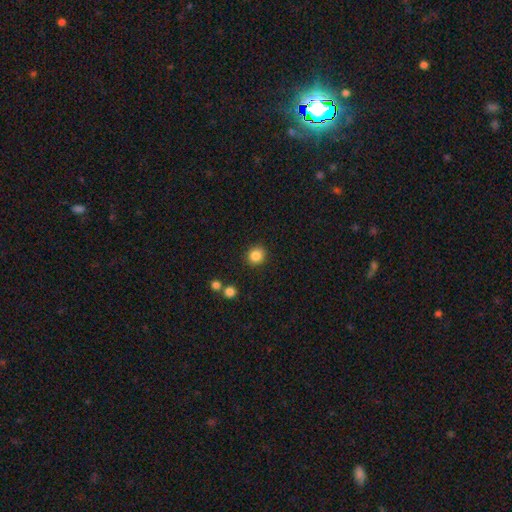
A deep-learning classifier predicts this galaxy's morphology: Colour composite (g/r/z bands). It shows a smooth galaxy with no disk features (85%) that is round (88%). Merging: none (89%).